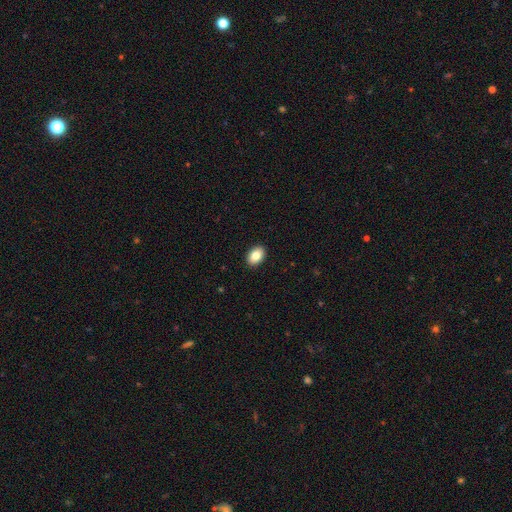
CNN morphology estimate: smooth-or-featured: smooth: 85% | star or artifact: 7% | featured or disk: 7%
  how-rounded: in between: 84% | round: 14% | cigar-shaped: 1%
  merging: none: 91% | minor disturbance: 6% | major disturbance: 2% | merger: 1%